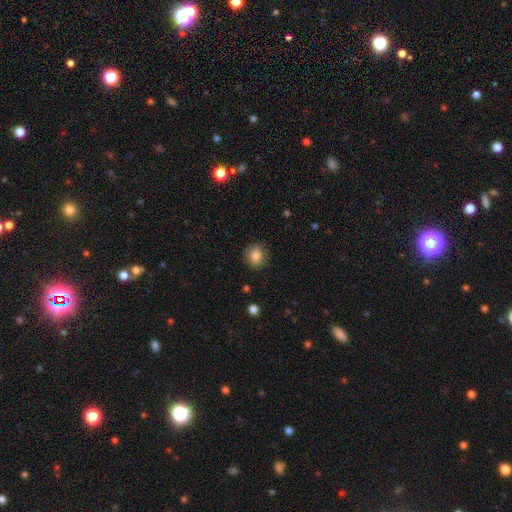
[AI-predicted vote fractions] Smooth or featured? Predicted: smooth (p=0.81). How rounded? Predicted: round (p=0.76). Merging? Predicted: none (p=0.86).